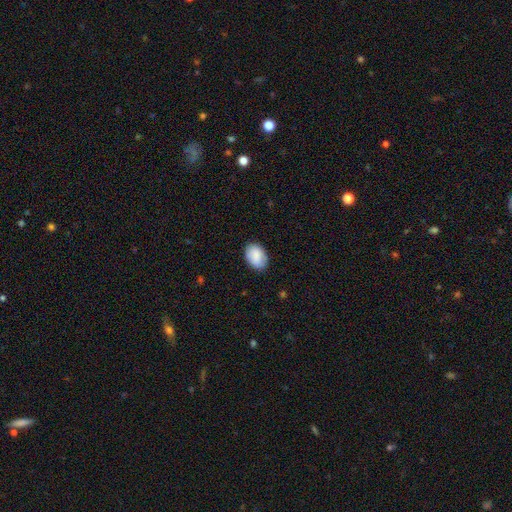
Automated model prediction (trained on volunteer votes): Morphology: type=smooth (86%); roundness=in between (85%); merging=none (81%).